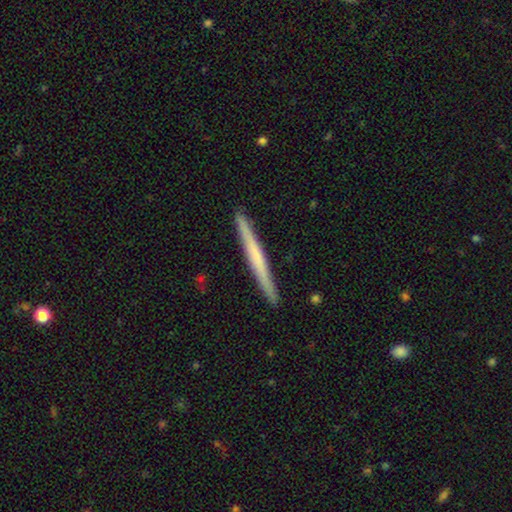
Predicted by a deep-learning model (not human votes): Smooth or featured?
  - featured or disk: 49% *
  - smooth: 46%
  - star or artifact: 5%
Merging?
  - none: 92% *
  - minor disturbance: 5%
  - major disturbance: 1%
  - merger: 1%